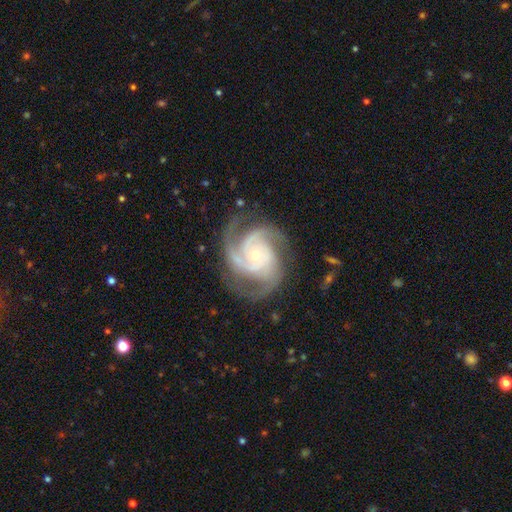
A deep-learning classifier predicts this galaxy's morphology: Overall: featured or disk (93%). Edge-on disk: no (98%). Bar: no (75%). Spiral arms: yes (99%). Spiral arm count: 3 (69%). Spiral winding: tight (52%; medium 42%). Bulge size: small (67%; moderate 30%). Merging: none (75%).